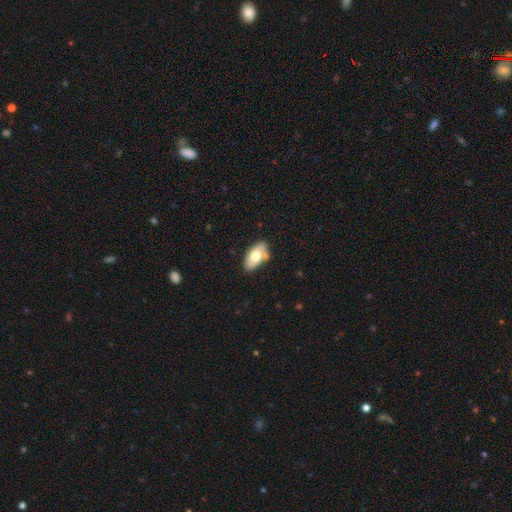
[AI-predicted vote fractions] smooth-or-featured: smooth: 67% | featured or disk: 27% | star or artifact: 6%
  how-rounded: in between: 93% | cigar-shaped: 4% | round: 3%
  merging: none: 72% | minor disturbance: 15% | merger: 9% | major disturbance: 3%